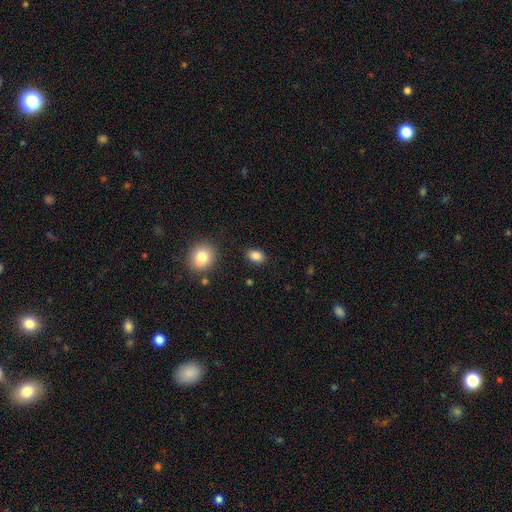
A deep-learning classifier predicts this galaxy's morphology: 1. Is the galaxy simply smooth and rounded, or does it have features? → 86% smooth, 9% star or artifact, 5% featured or disk.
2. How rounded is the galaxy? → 76% in between, 23% round, 1% cigar-shaped.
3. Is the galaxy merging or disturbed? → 86% none, 9% minor disturbance, 3% major disturbance, 2% merger.